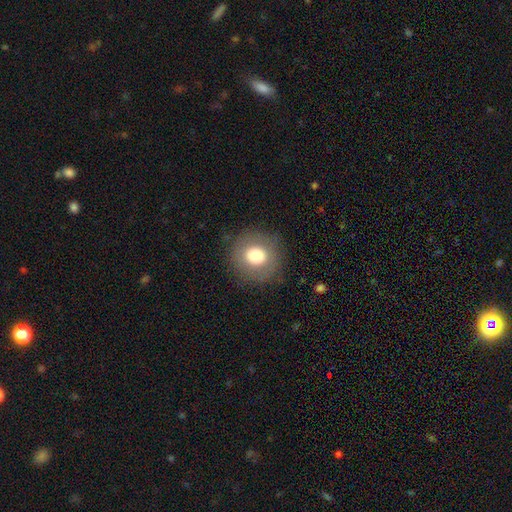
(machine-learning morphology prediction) Overall: smooth (73%). How rounded: round (92%). Merging: none (86%).